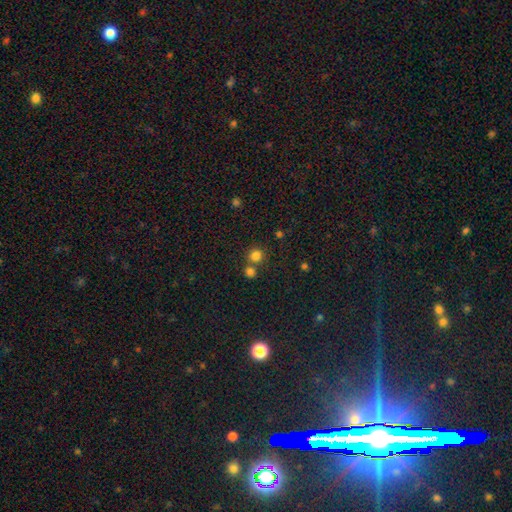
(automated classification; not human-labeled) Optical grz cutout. It shows a smooth galaxy with no disk features (80%) that is round (91%). Merging: none (65%).